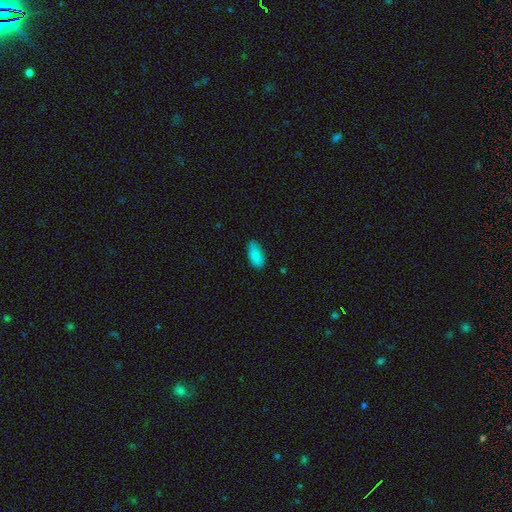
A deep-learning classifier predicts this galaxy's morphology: Q: Smooth or featured?
A: smooth (88%); runner-up: star or artifact (7%)
Q: How rounded?
A: in between (89%); runner-up: cigar-shaped (9%)
Q: Merging?
A: none (83%); runner-up: minor disturbance (13%)